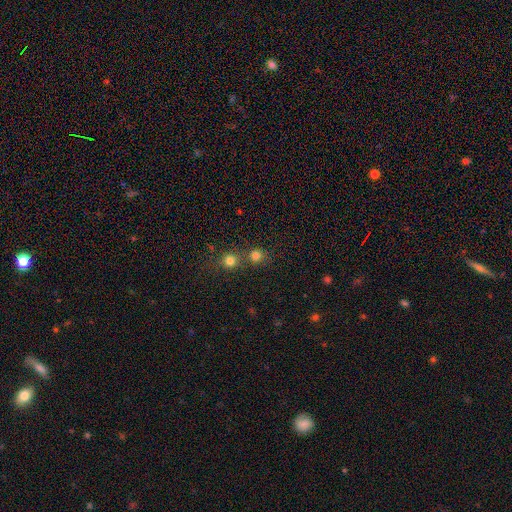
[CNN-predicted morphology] A smooth galaxy with no disk features (75%) that is round (89%).

Vote fractions:
- Smooth or featured? smooth: 75% / star or artifact: 18% / featured or disk: 7%
- How rounded? round: 89% / in between: 10% / cigar-shaped: 1%
- Merging? none: 59% / merger: 32% / minor disturbance: 6% / major disturbance: 3%